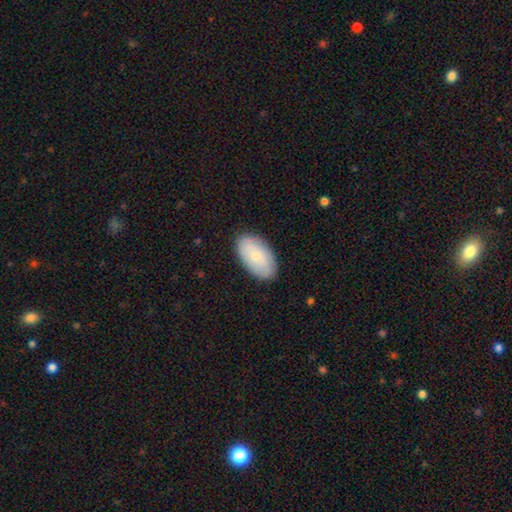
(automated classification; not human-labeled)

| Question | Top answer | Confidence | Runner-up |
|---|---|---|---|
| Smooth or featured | smooth | 71% | featured or disk (23%) |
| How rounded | in between | 95% | round (4%) |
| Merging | none | 85% | minor disturbance (12%) |